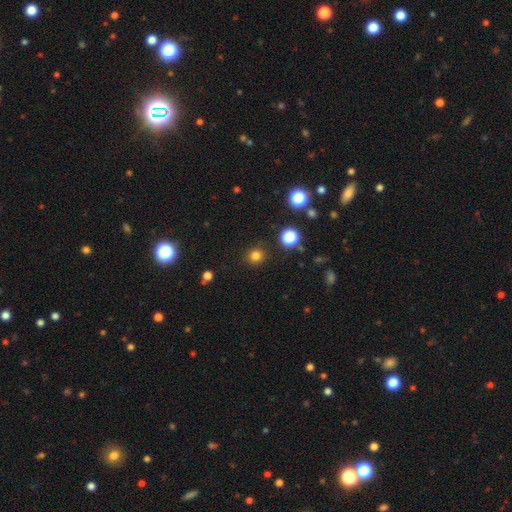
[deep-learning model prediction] smooth_or_featured: smooth (p=0.79) [alt: star or artifact p=0.16]
how_rounded: round (p=0.91) [alt: in between p=0.08]
merging: none (p=0.90) [alt: minor disturbance p=0.06]